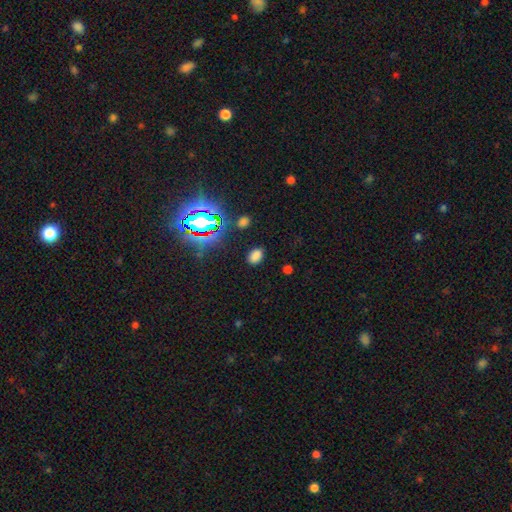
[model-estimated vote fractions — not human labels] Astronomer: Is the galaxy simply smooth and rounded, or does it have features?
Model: smooth — 71%.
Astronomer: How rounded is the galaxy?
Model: in between — 84%.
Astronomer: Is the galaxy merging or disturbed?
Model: none — 84%.